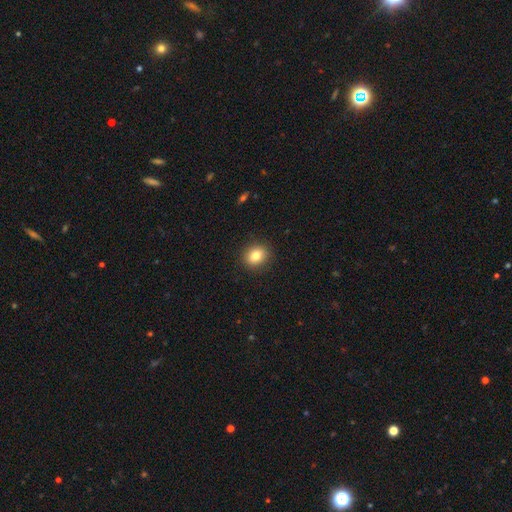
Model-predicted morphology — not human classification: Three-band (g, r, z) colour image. It shows a smooth galaxy with no disk features (82%) that is round (65%). Merging: none (90%).